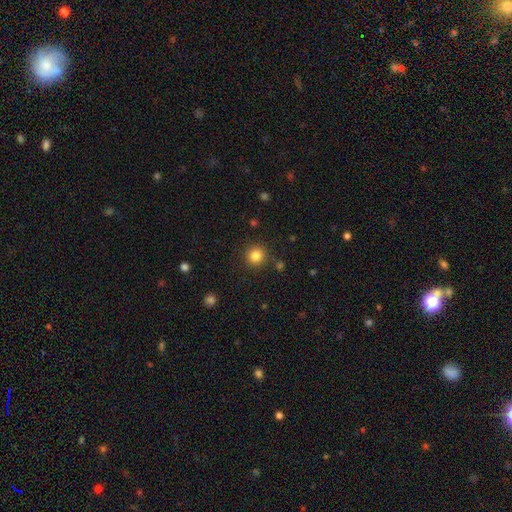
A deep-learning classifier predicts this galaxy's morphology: Smooth or featured? Predicted: smooth (p=0.83). How rounded? Predicted: round (p=0.93). Merging? Predicted: none (p=0.89).